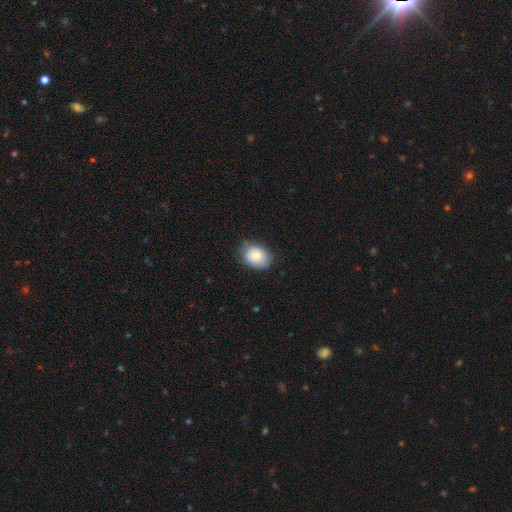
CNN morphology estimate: Smooth or featured? smooth (84%)
How rounded? in between (61%)
Merging? none (77%)